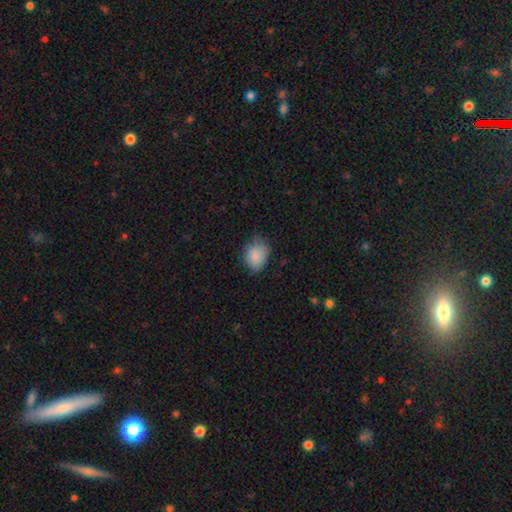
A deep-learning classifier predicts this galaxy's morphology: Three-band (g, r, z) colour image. It shows a smooth galaxy with no disk features (86%) that is in between round and cigar-shaped (65%). Merging: none (66%).